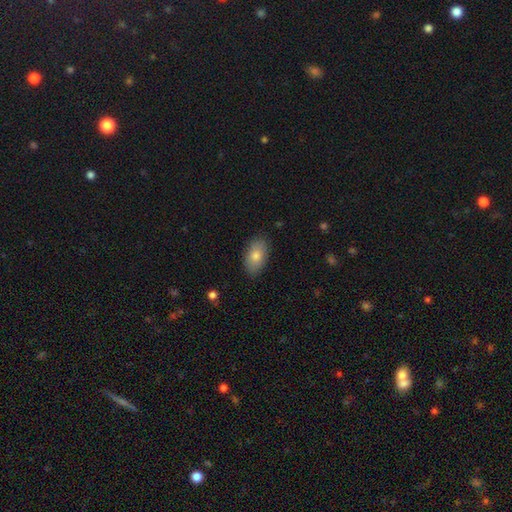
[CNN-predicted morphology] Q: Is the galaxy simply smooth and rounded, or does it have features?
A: smooth — 78%.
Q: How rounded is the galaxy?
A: in between — 92%.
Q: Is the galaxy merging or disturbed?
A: none — 87%.